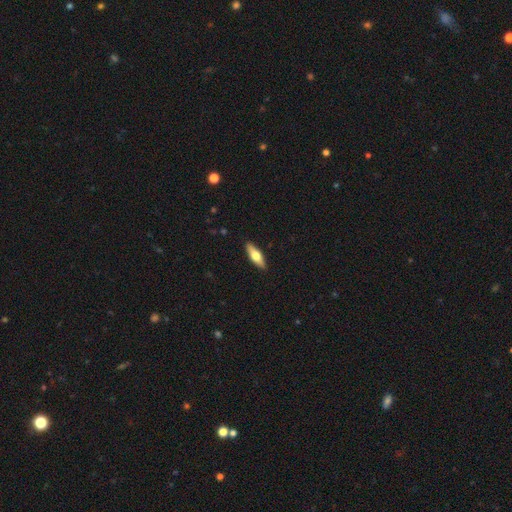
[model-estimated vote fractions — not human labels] Smooth or featured? Predicted: smooth (p=0.55). How rounded? Predicted: in between (p=0.52). Merging? Predicted: none (p=0.90).